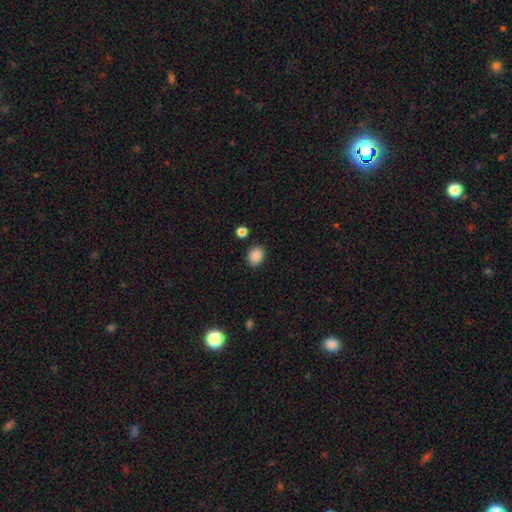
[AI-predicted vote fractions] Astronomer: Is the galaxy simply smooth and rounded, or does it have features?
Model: smooth — 88%.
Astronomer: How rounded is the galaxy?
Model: in between — 59% (runner-up: round, 40%).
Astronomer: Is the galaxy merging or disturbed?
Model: none — 84%.